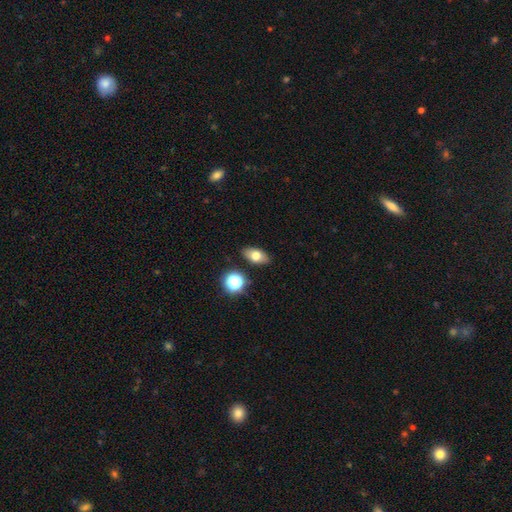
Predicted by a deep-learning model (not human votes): This appears to be a smooth galaxy with no disk features (73%) that is in between round and cigar-shaped (85%). Merging: none (85%).